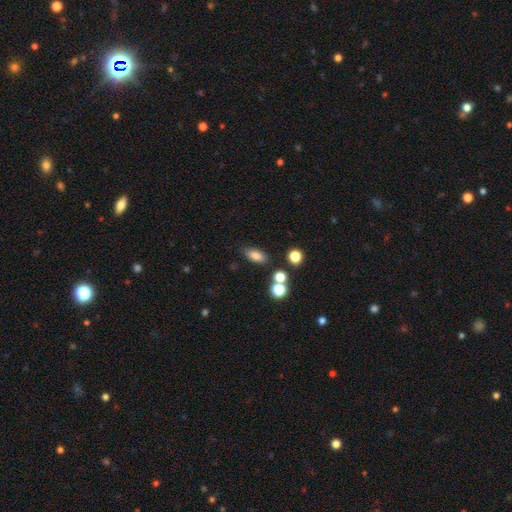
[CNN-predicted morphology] Smooth or featured? Predicted: smooth (p=0.80). How rounded? Predicted: in between (p=0.82). Merging? Predicted: none (p=0.77).